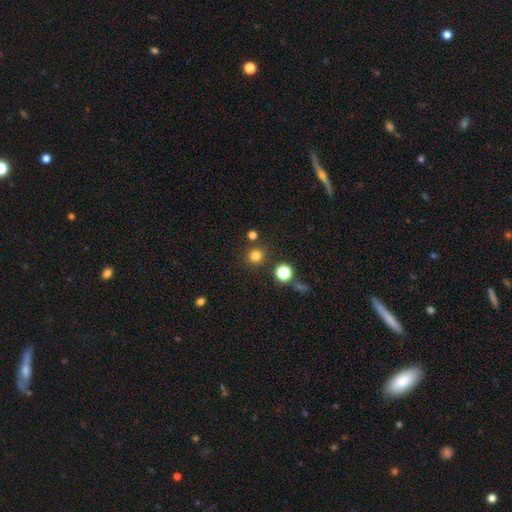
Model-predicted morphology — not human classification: smooth 79%, star or artifact 16%, featured or disk 5%. Down the decision tree: how rounded — round (91%); merging — none (85%).